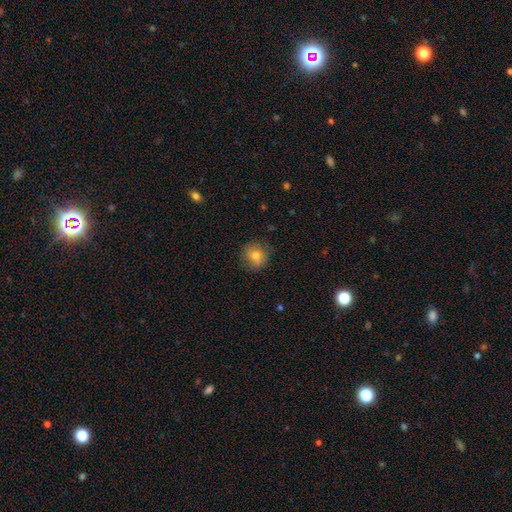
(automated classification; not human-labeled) Smooth or featured? Predicted: smooth (p=0.75). How rounded? Predicted: round (p=0.85). Merging? Predicted: none (p=0.81).